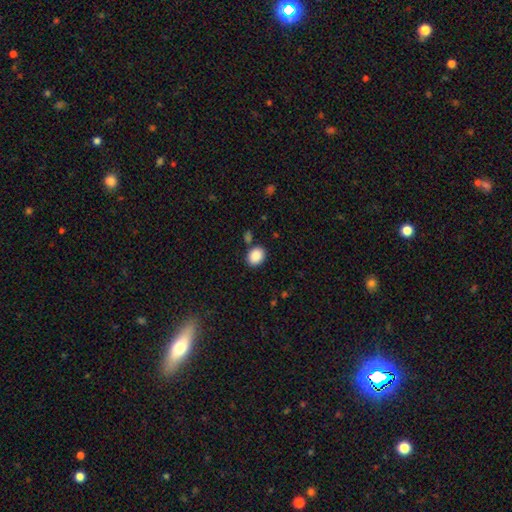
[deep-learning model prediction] smooth-or-featured: smooth: 89% | star or artifact: 8% | featured or disk: 3%
  how-rounded: in between: 53% | round: 46% | cigar-shaped: 1%
  merging: none: 81% | minor disturbance: 10% | merger: 6% | major disturbance: 3%